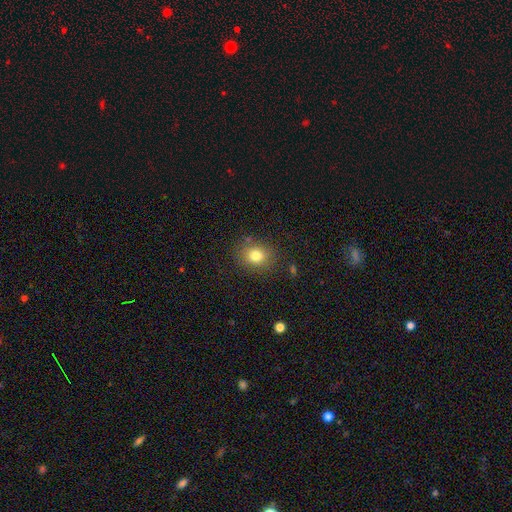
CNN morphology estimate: Q: Smooth or featured?
A: smooth (80%); runner-up: star or artifact (12%)
Q: How rounded?
A: round (63%); runner-up: in between (36%)
Q: Merging?
A: none (83%); runner-up: minor disturbance (11%)